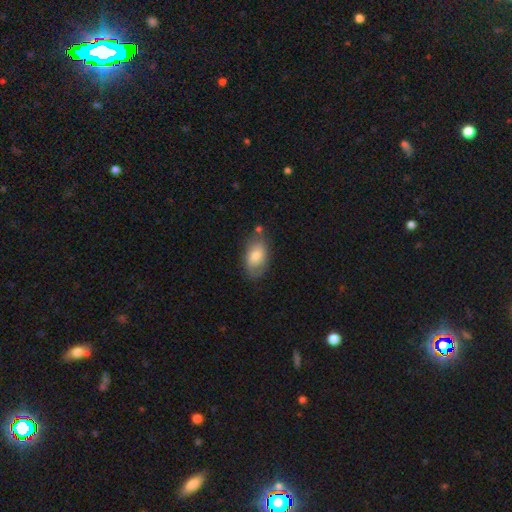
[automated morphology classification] Smooth or featured: smooth — 76% (featured or disk — 18%)
How rounded: in between — 92% (round — 6%)
Merging: none — 71% (minor disturbance — 20%)